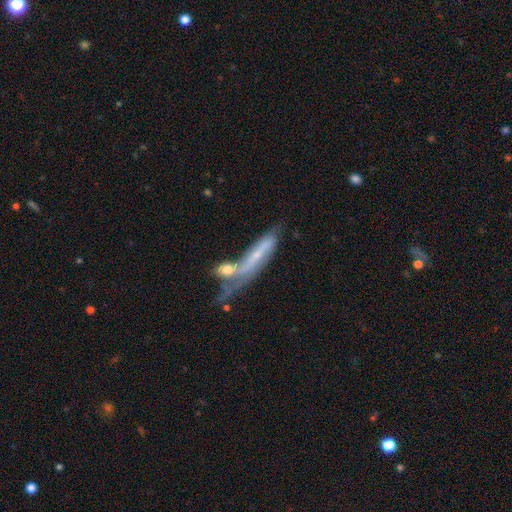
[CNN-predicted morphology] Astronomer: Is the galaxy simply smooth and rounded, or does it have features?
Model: featured or disk — 59%.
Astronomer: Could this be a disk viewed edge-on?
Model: yes — 54% (runner-up: no, 46%).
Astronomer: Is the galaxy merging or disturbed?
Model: merger — 40% (runner-up: none, 28%).